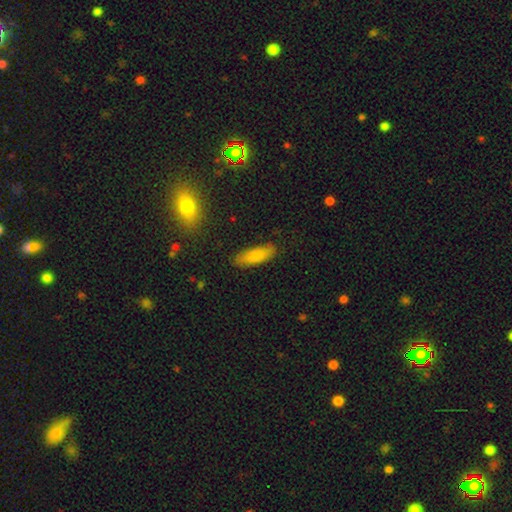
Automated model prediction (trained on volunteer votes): Q: Smooth or featured?
A: smooth (78%); runner-up: featured or disk (15%)
Q: How rounded?
A: in between (63%); runner-up: cigar-shaped (34%)
Q: Merging?
A: none (84%); runner-up: minor disturbance (12%)